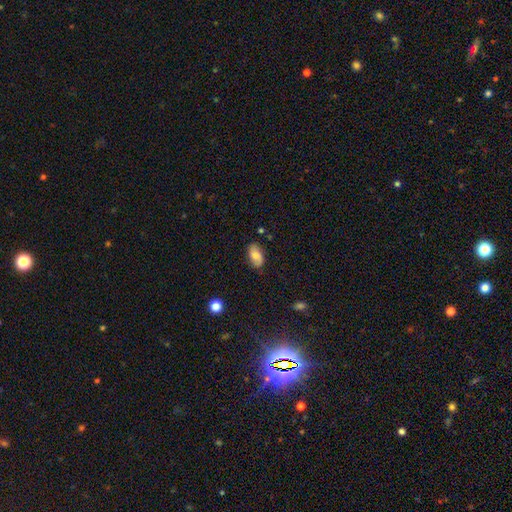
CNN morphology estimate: This appears to be a smooth galaxy with no disk features (76%) that is in between round and cigar-shaped (92%). Merging: none (77%).